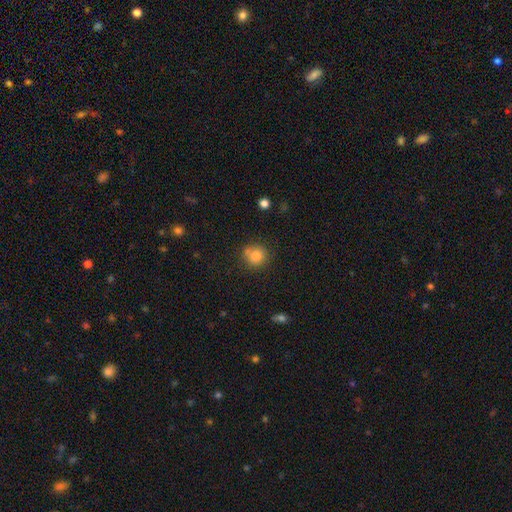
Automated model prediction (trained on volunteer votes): Overall: smooth (81%). How rounded: round (91%). Merging: none (72%).